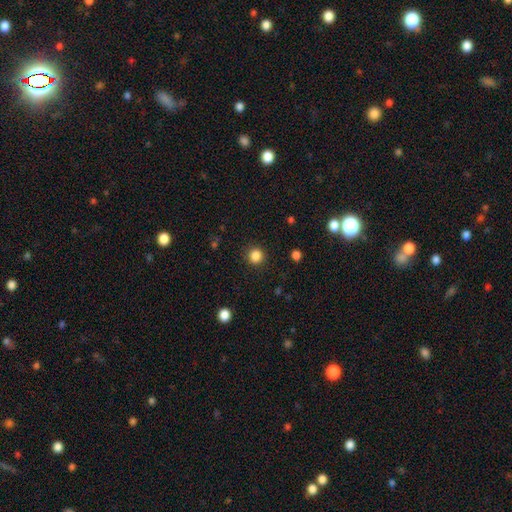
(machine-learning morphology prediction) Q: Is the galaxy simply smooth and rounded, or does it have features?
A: smooth — 85%.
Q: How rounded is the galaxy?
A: round — 93%.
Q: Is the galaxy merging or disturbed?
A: none — 91%.